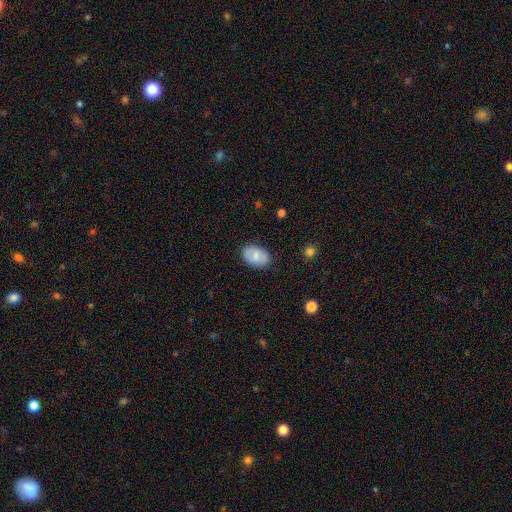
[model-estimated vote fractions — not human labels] This appears to be a smooth galaxy with no disk features (65%) that is in between round and cigar-shaped (86%). Merging: none (83%).